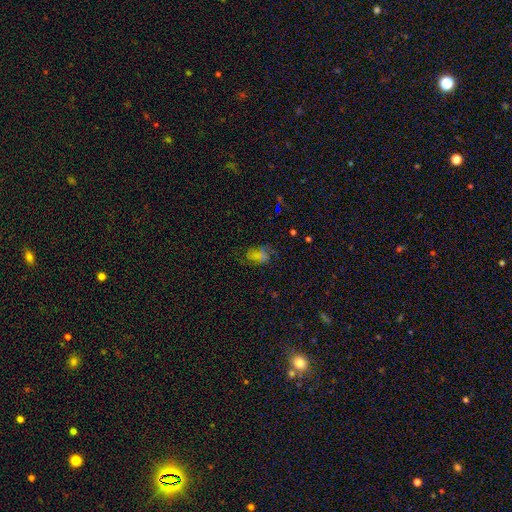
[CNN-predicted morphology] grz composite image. It shows a smooth galaxy with no disk features (42%). Merging: none (50%).